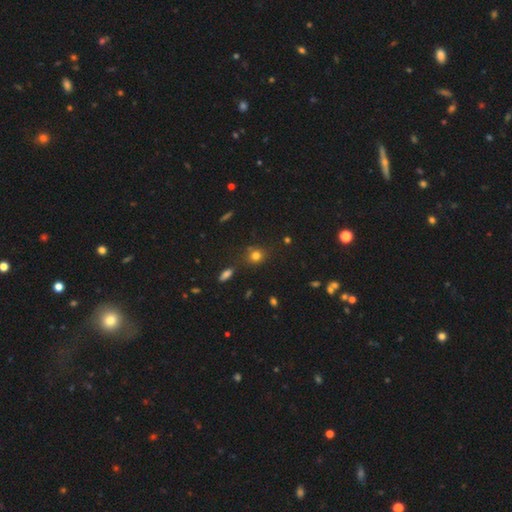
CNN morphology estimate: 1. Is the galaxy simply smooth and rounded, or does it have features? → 76% smooth, 17% star or artifact, 7% featured or disk.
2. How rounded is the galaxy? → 78% round, 20% in between, 1% cigar-shaped.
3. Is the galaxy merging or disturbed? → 76% none, 13% minor disturbance, 6% merger, 4% major disturbance.